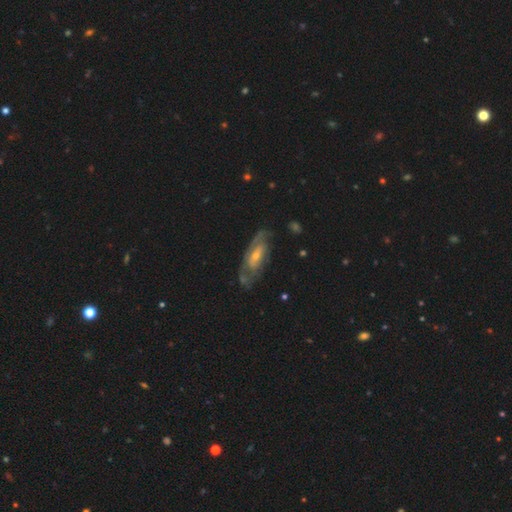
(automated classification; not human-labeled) Overall: featured or disk (73%). Edge-on disk: no (87%). Bar: no (52%; weak 36%). Spiral arms: yes (75%). Bulge size: small (55%; moderate 38%). Merging: none (63%).